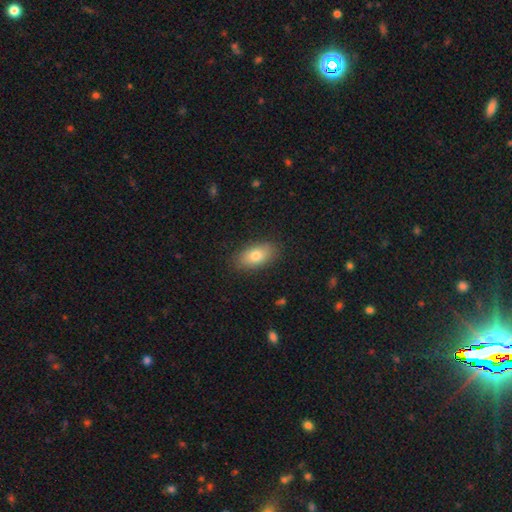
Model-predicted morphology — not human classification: smooth 79%, featured or disk 13%, star or artifact 8%. Down the decision tree: how rounded — in between (89%); merging — none (87%).